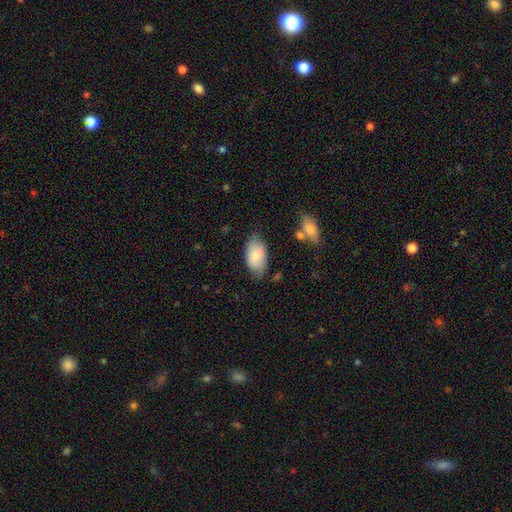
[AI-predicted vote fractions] A smooth galaxy with no disk features (80%) that is in between round and cigar-shaped (94%).

Vote fractions:
- Smooth or featured? smooth: 80% / featured or disk: 14% / star or artifact: 6%
- How rounded? in between: 94% / round: 5% / cigar-shaped: 2%
- Merging? none: 73% / minor disturbance: 21% / major disturbance: 4% / merger: 2%